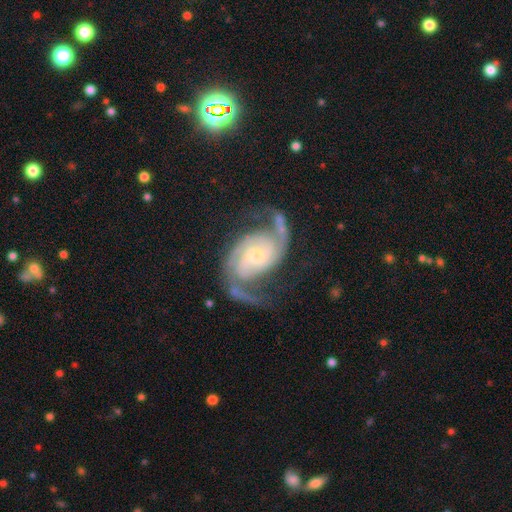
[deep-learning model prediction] Smooth or featured: featured or disk — 92% (star or artifact — 4%)
Edge-on disk: no — 98% (yes — 2%)
Bar: no — 48% (weak — 40%)
Spiral arms: yes — 98% (no — 2%)
Spiral winding: medium — 52% (tight — 27%)
Spiral arm count: 2 — 88% (3 — 4%)
Bulge size: moderate — 45% (small — 44%)
Merging: none — 66% (minor disturbance — 17%)